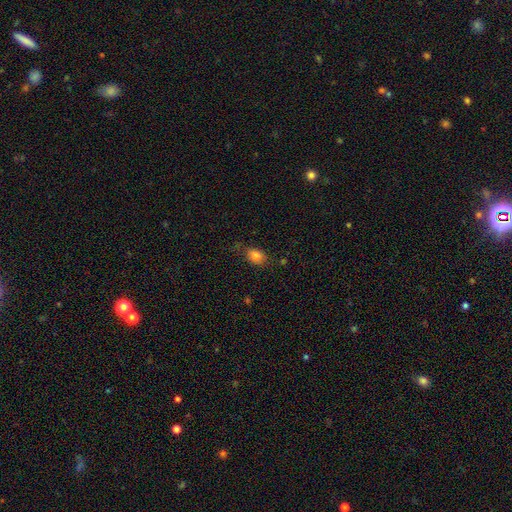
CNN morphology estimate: This is clearly a smooth galaxy (81%). How rounded: likely in between (74%). Merging: likely none (67%).